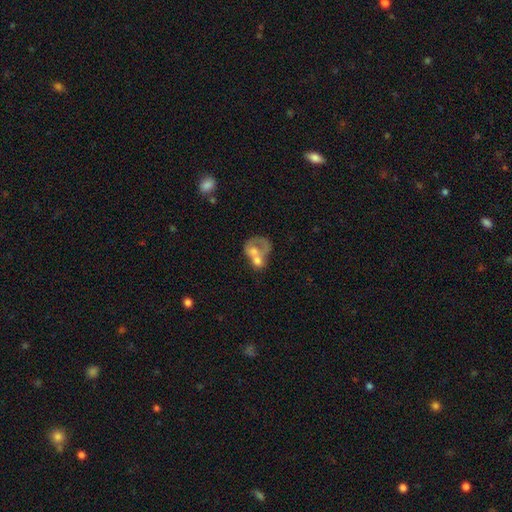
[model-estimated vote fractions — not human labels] Smooth or featured: smooth — 46% (featured or disk — 45%)
Merging: merger — 66% (major disturbance — 14%)